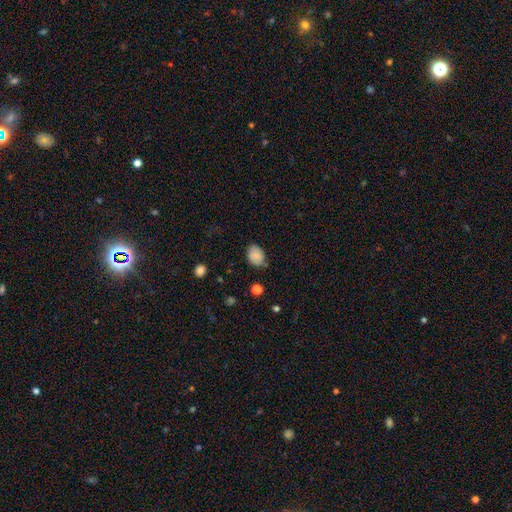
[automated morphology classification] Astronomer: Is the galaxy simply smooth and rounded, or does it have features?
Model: smooth — 82%.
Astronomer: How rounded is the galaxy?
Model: in between — 74%.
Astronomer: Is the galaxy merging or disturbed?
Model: none — 71%.